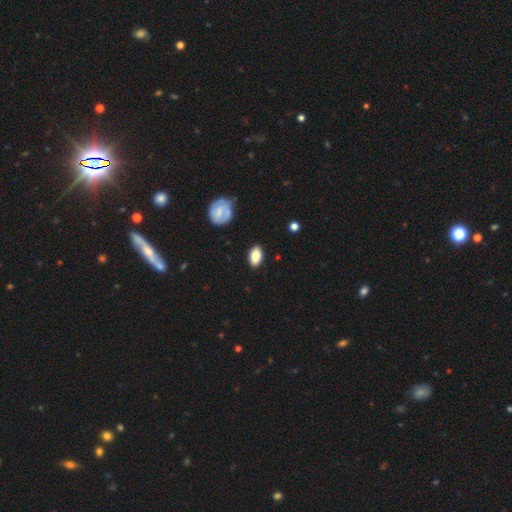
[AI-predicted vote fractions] The model was most divided on "smooth or featured": smooth: 83%, featured or disk: 11%, star or artifact: 7%. More confident: how rounded — in between (89%); merging — none (87%).